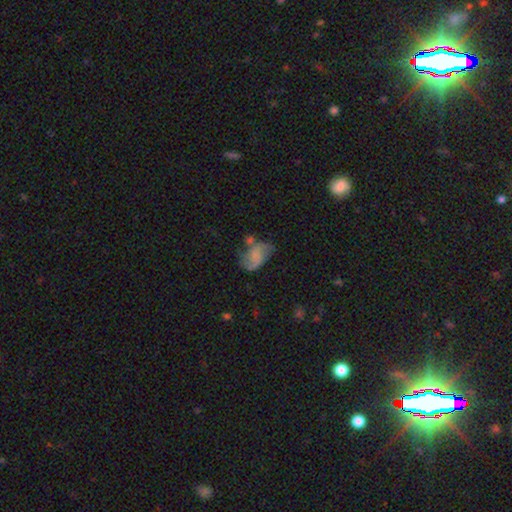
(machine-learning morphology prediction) smooth_or_featured: featured or disk (p=0.51) [alt: smooth p=0.39]
disk_edge_on: no (p=0.97) [alt: yes p=0.03]
merging: none (p=0.38) [alt: minor disturbance p=0.26]